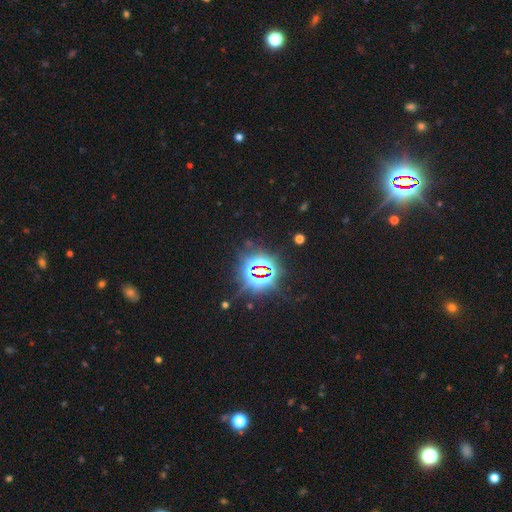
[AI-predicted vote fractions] smooth_or_featured: star or artifact (p=0.84) [alt: smooth p=0.10]